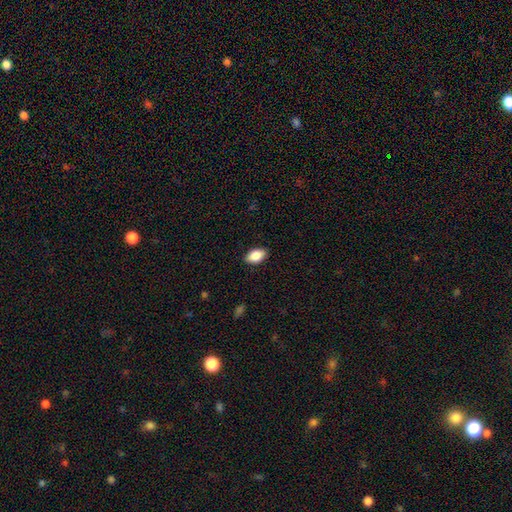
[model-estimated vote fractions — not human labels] Smooth or featured: smooth — 87% (star or artifact — 7%)
How rounded: in between — 92% (round — 6%)
Merging: none — 88% (minor disturbance — 9%)